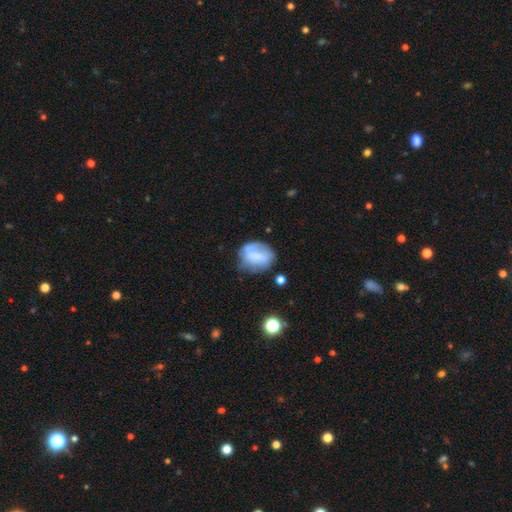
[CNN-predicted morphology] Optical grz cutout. It shows a smooth galaxy with no disk features (57%) that is in between round and cigar-shaped (49%, tied with round). Merging: none (47%).